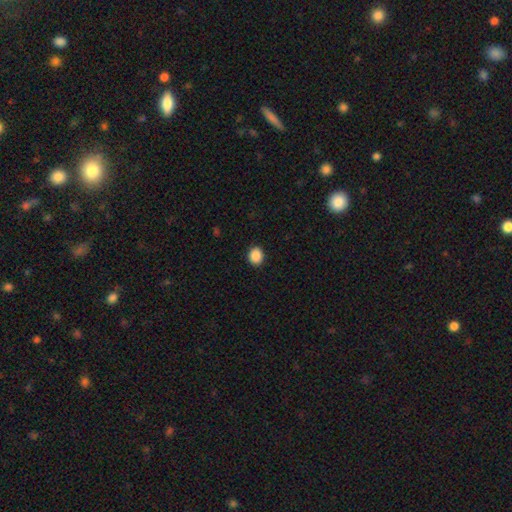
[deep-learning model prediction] This appears to be a smooth galaxy with no disk features (89%) that is round (71%). Merging: none (91%).